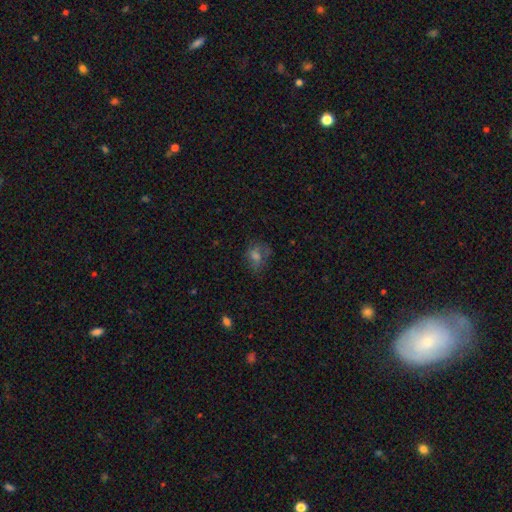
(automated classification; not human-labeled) This is possibly a smooth galaxy (51%). How rounded: possibly round (53%). Merging: possibly none (56%).